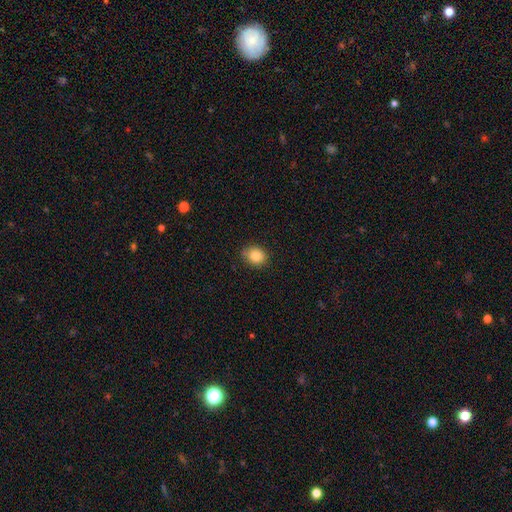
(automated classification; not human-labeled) smooth_or_featured: smooth (p=0.84) [alt: star or artifact p=0.10]
how_rounded: round (p=0.60) [alt: in between p=0.39]
merging: none (p=0.82) [alt: minor disturbance p=0.14]